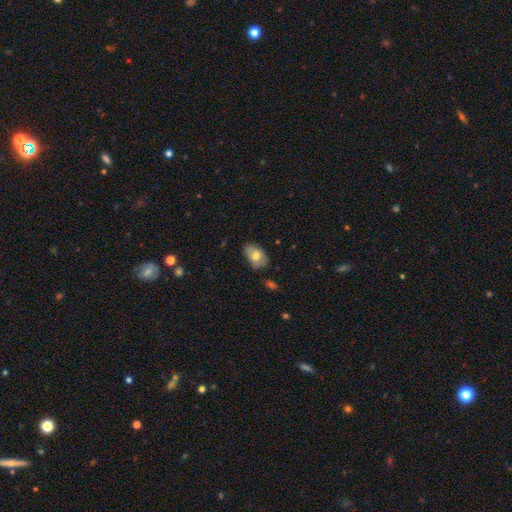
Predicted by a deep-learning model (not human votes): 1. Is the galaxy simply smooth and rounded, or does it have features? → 73% smooth, 20% featured or disk, 7% star or artifact.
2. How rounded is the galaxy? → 89% in between, 9% round, 1% cigar-shaped.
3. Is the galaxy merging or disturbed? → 70% none, 24% minor disturbance, 4% major disturbance, 2% merger.